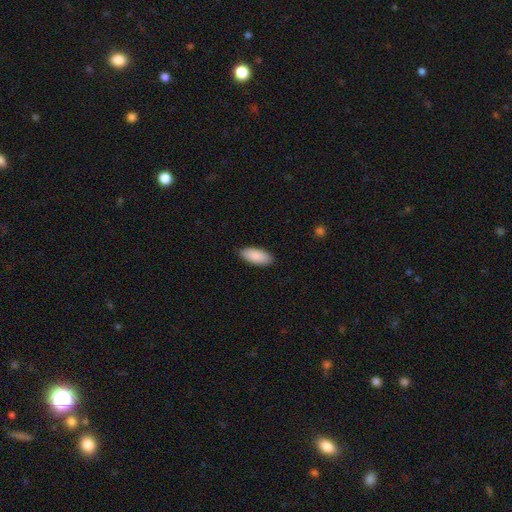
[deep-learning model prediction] smooth_or_featured: smooth (p=0.90) [alt: star or artifact p=0.05]
how_rounded: in between (p=0.88) [alt: cigar-shaped p=0.10]
merging: none (p=0.89) [alt: minor disturbance p=0.09]